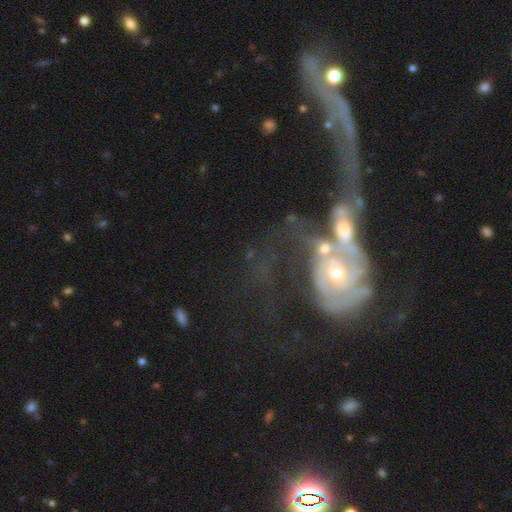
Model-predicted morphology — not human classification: Smooth or featured? Predicted: featured or disk (p=0.74). Edge-on disk? Predicted: no (p=0.94). Bar? Predicted: no (p=0.71). Spiral arms? Predicted: yes (p=0.73). Spiral winding? Predicted: tight (p=0.36). Spiral arm count? Predicted: 2 (p=0.39). Bulge size? Predicted: moderate (p=0.48). Merging? Predicted: merger (p=0.65).